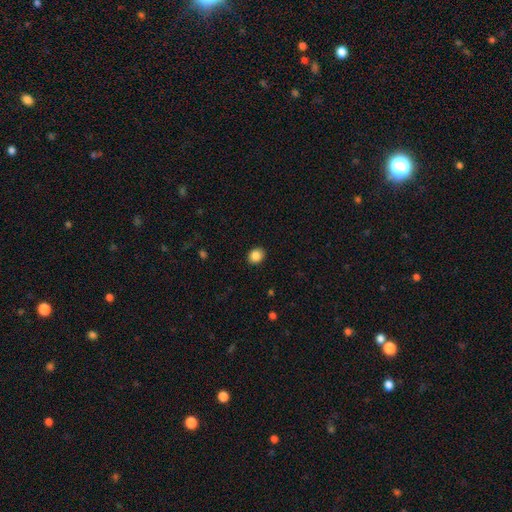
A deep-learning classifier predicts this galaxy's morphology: Smooth or featured: smooth — 87% (star or artifact — 9%)
How rounded: round — 59% (in between — 41%)
Merging: none — 90% (minor disturbance — 7%)